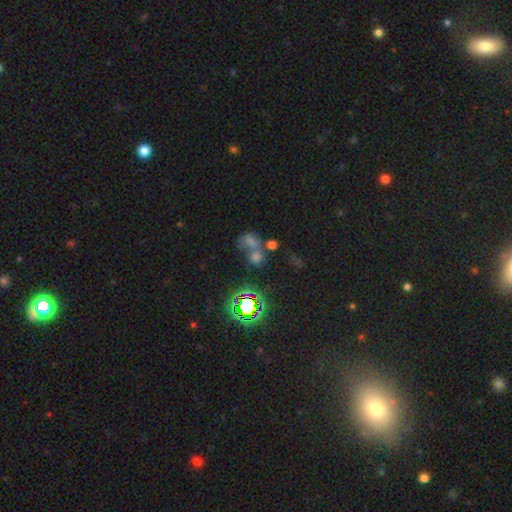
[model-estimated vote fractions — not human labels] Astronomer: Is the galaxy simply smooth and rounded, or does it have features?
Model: star or artifact — 46% (runner-up: smooth, 38%).